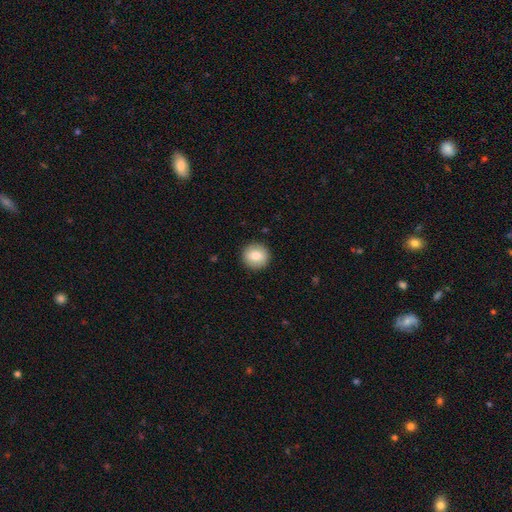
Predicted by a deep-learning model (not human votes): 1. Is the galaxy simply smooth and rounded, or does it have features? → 83% smooth, 10% featured or disk, 8% star or artifact.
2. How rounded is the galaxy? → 92% round, 7% in between, 1% cigar-shaped.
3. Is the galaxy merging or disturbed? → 91% none, 6% minor disturbance, 2% major disturbance, 1% merger.